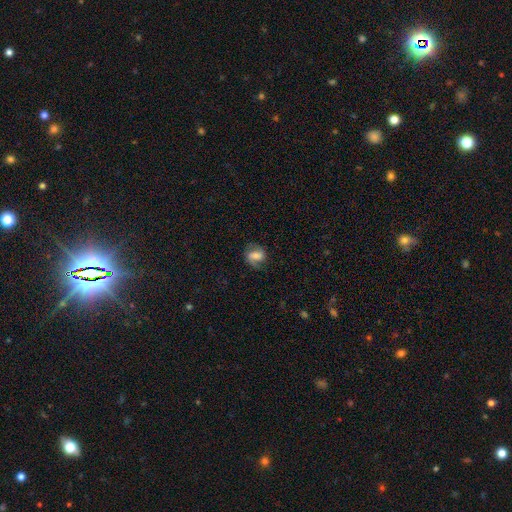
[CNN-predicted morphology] Smooth or featured? Predicted: smooth (p=0.46). Merging? Predicted: none (p=0.72).